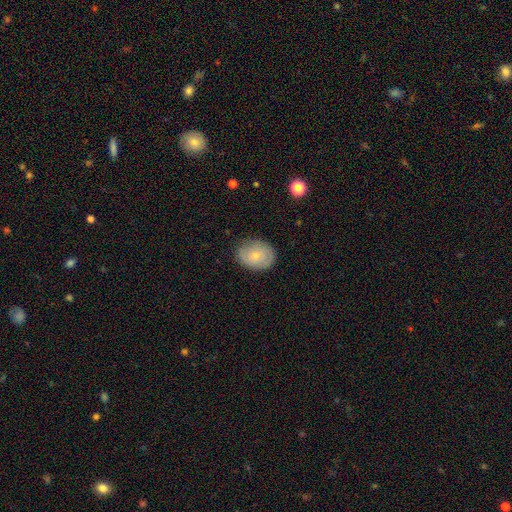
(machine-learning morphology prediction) Q: Smooth or featured?
A: smooth (68%); runner-up: featured or disk (25%)
Q: How rounded?
A: in between (61%); runner-up: round (38%)
Q: Merging?
A: none (81%); runner-up: minor disturbance (15%)